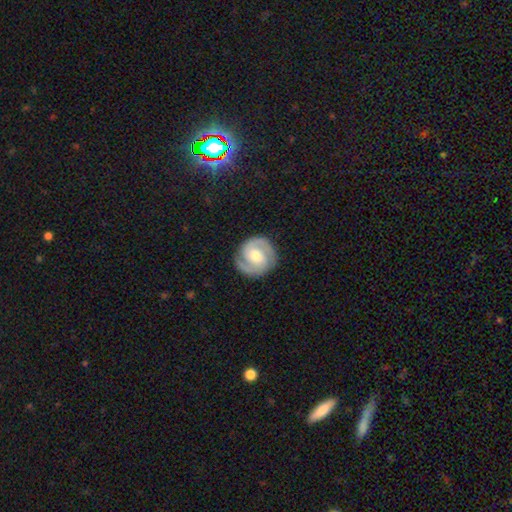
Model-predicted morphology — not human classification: Overall: featured or disk (85%). Edge-on disk: no (98%). Bar: no (50%; weak 38%). Spiral arms: yes (97%). Spiral arm count: 2 (89%). Spiral winding: tight (48%; medium 44%). Bulge size: moderate (66%; small 27%). Merging: none (86%).